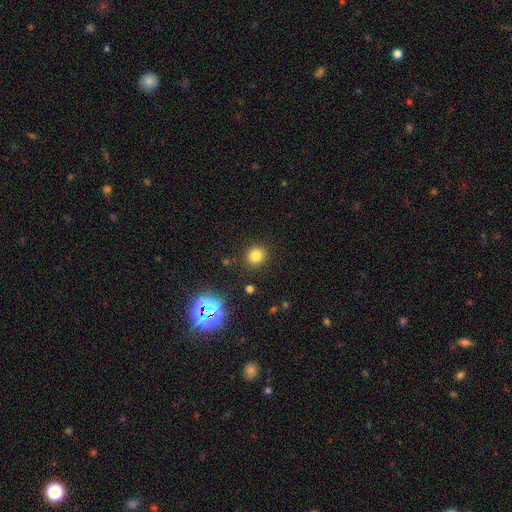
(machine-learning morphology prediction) Smooth or featured? Predicted: smooth (p=0.79). How rounded? Predicted: round (p=0.85). Merging? Predicted: none (p=0.89).